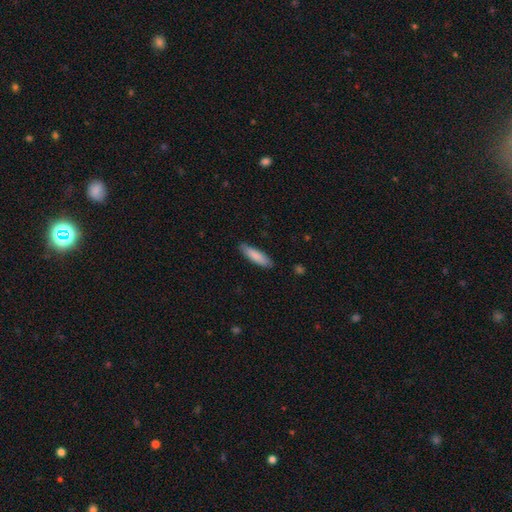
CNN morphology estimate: Smooth or featured? smooth (85%)
How rounded? cigar-shaped (65%)
Merging? none (84%)